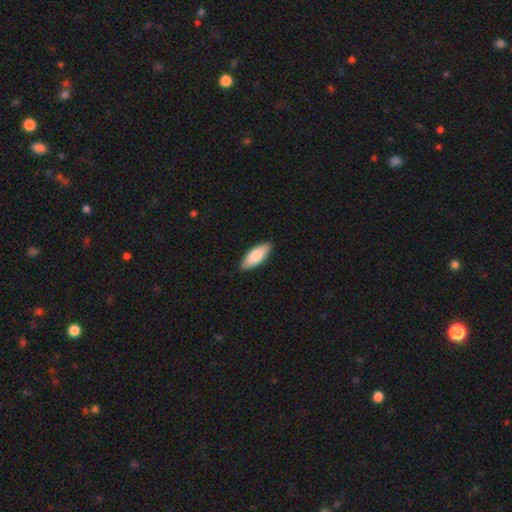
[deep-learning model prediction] Smooth or featured? smooth (83%)
How rounded? in between (77%)
Merging? none (89%)